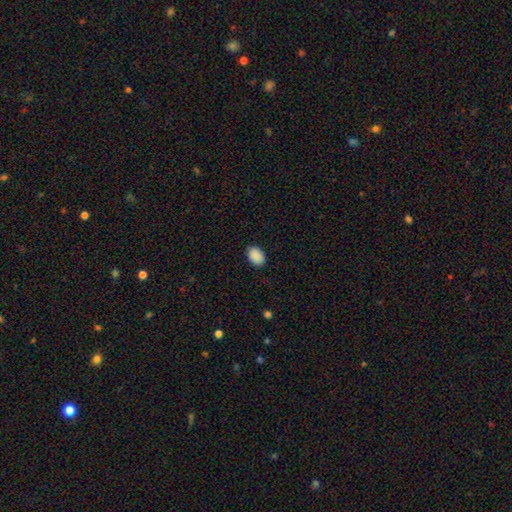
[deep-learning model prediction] Smooth or featured?
  - smooth: 91% *
  - star or artifact: 7%
  - featured or disk: 2%
How rounded?
  - in between: 84% *
  - round: 15%
  - cigar-shaped: 1%
Merging?
  - none: 89% *
  - minor disturbance: 8%
  - major disturbance: 2%
  - merger: 1%